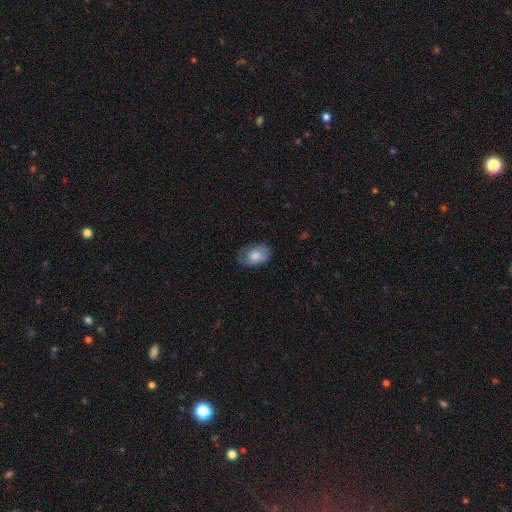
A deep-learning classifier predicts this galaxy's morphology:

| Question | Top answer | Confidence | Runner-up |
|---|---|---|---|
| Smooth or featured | smooth | 75% | featured or disk (18%) |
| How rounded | in between | 85% | round (14%) |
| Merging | none | 66% | minor disturbance (26%) |